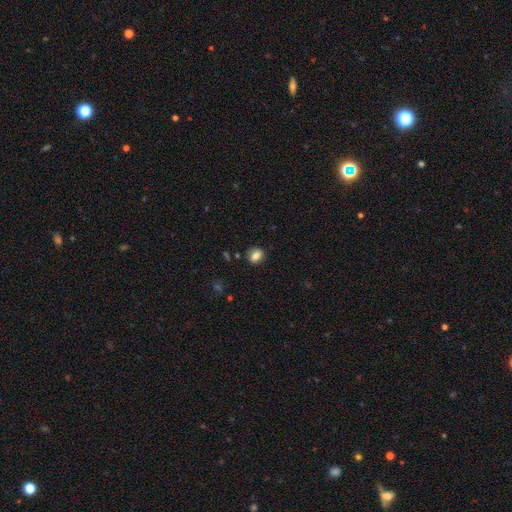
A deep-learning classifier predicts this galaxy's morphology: Q: Smooth or featured?
A: smooth (84%); runner-up: star or artifact (9%)
Q: How rounded?
A: in between (54%); runner-up: round (44%)
Q: Merging?
A: none (84%); runner-up: minor disturbance (11%)